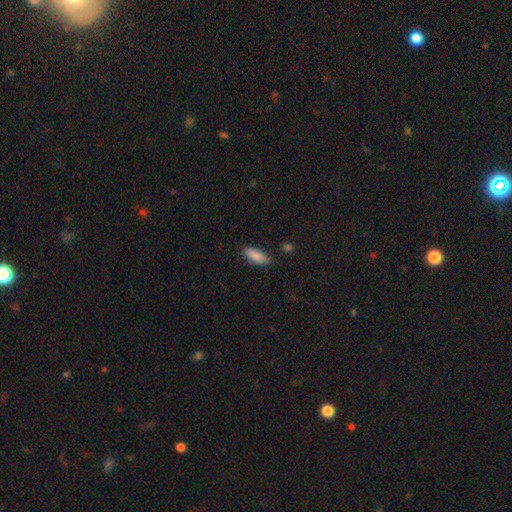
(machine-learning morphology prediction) This is clearly a smooth galaxy (85%). How rounded: likely in between (79%). Merging: likely none (77%).